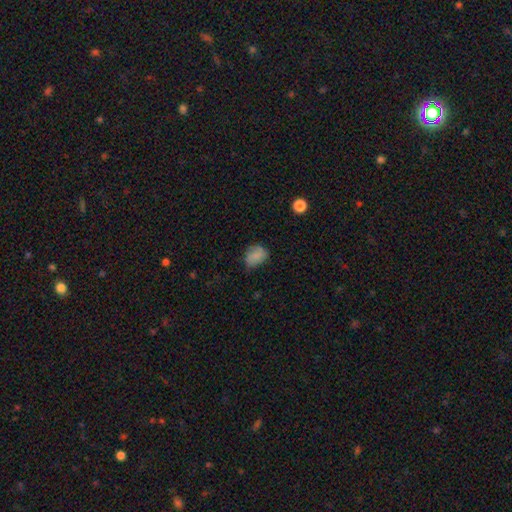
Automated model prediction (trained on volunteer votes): smooth_or_featured: smooth (p=0.79) [alt: star or artifact p=0.10]
how_rounded: in between (p=0.55) [alt: round p=0.44]
merging: none (p=0.58) [alt: minor disturbance p=0.32]